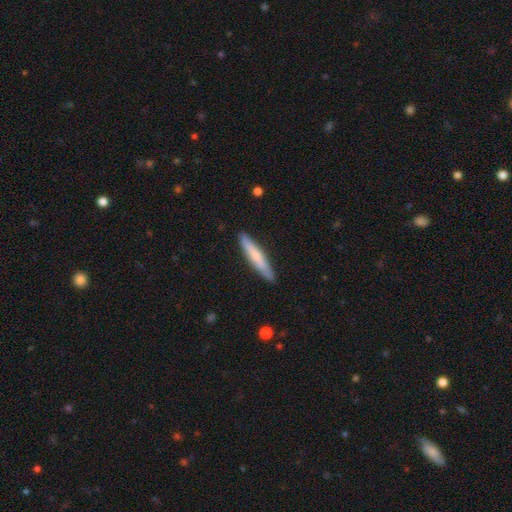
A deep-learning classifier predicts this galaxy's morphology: Smooth or featured? smooth (66%)
How rounded? cigar-shaped (92%)
Merging? none (89%)